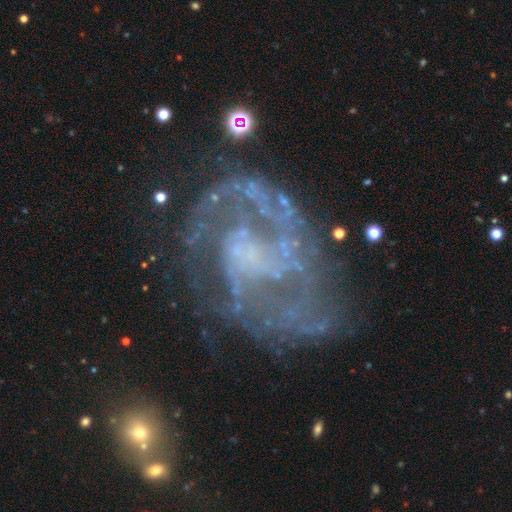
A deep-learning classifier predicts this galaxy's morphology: Smooth or featured?
  - featured or disk: 83% *
  - star or artifact: 9%
  - smooth: 8%
Edge-on disk?
  - no: 98% *
  - yes: 2%
Bar?
  - no: 67% *
  - weak: 25%
  - strong: 8%
Spiral arms?
  - yes: 83% *
  - no: 17%
Spiral winding?
  - medium: 41% *
  - tight: 39%
  - loose: 20%
Spiral arm count?
  - 2: 36% *
  - can't tell: 31%
  - 3: 13%
  - 1: 10%
  - 4: 6%
  - more than 4: 5%
Bulge size?
  - none: 66% *
  - small: 20%
  - moderate: 10%
  - large: 4%
  - dominant: 1%
Merging?
  - none: 54% *
  - major disturbance: 23%
  - minor disturbance: 19%
  - merger: 4%